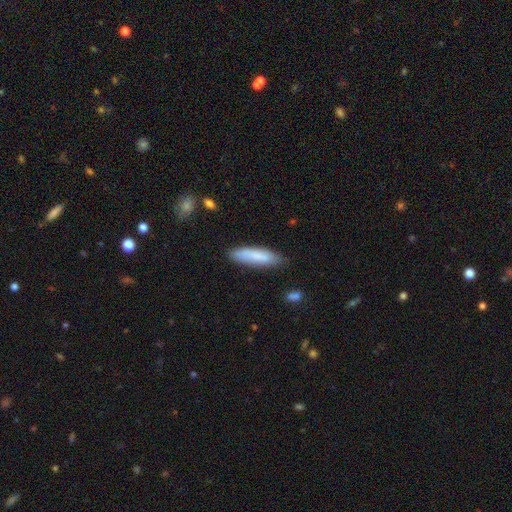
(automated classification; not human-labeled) Q: Smooth or featured?
A: smooth (81%); runner-up: featured or disk (13%)
Q: How rounded?
A: cigar-shaped (69%); runner-up: in between (30%)
Q: Merging?
A: none (81%); runner-up: minor disturbance (15%)